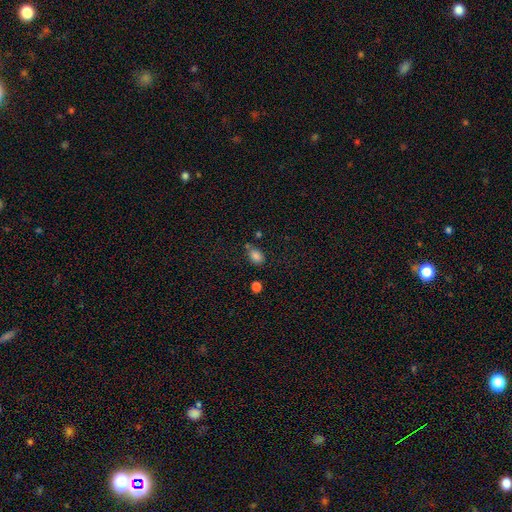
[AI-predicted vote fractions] Q: Smooth or featured?
A: smooth (84%); runner-up: star or artifact (11%)
Q: How rounded?
A: in between (77%); runner-up: round (22%)
Q: Merging?
A: none (68%); runner-up: minor disturbance (17%)